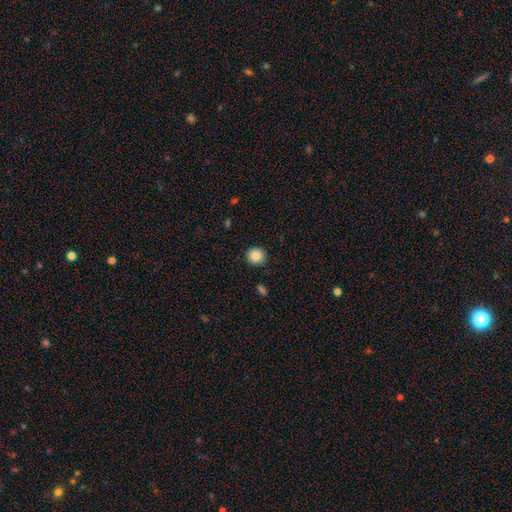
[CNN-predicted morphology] The model was most divided on "smooth or featured": smooth: 85%, star or artifact: 9%, featured or disk: 6%. More confident: how rounded — round (93%); merging — none (92%).